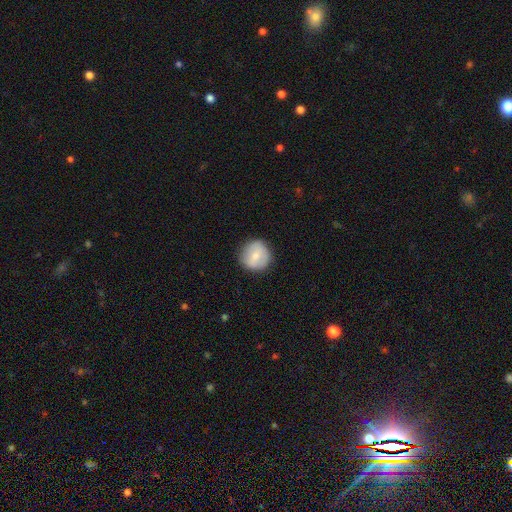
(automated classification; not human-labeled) Smooth or featured? Predicted: smooth (p=0.71). How rounded? Predicted: round (p=0.94). Merging? Predicted: none (p=0.86).